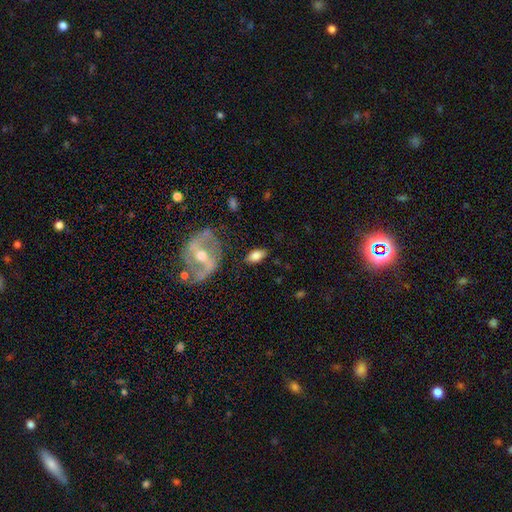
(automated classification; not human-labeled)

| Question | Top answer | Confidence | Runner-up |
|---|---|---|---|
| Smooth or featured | smooth | 70% | featured or disk (23%) |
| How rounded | in between | 88% | round (6%) |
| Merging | none | 82% | minor disturbance (12%) |